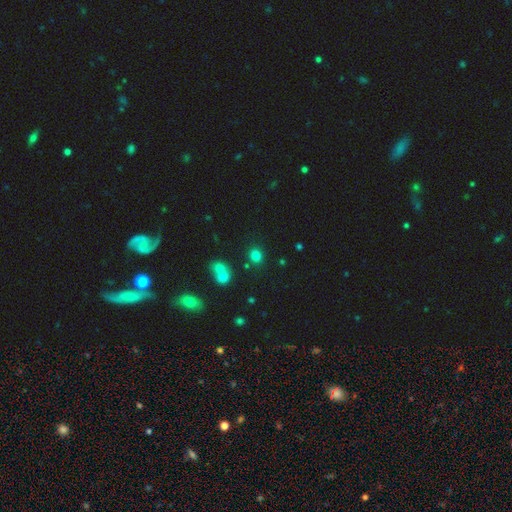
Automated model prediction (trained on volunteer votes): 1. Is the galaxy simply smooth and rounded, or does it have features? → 78% smooth, 16% star or artifact, 6% featured or disk.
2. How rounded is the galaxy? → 78% round, 21% in between, 1% cigar-shaped.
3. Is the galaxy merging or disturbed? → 77% none, 11% merger, 8% minor disturbance, 3% major disturbance.